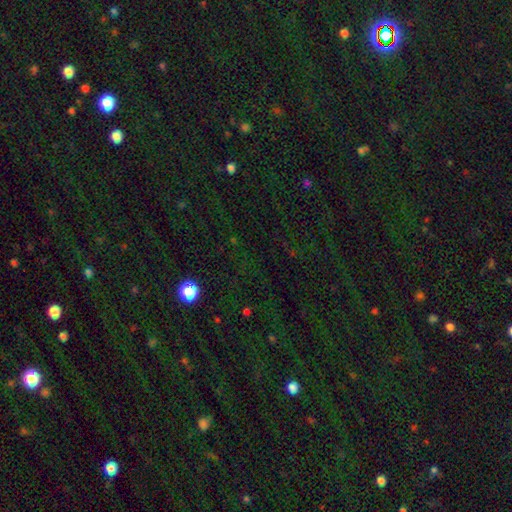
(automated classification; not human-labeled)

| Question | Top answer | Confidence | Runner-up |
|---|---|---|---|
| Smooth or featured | star or artifact | 72% | smooth (20%) |